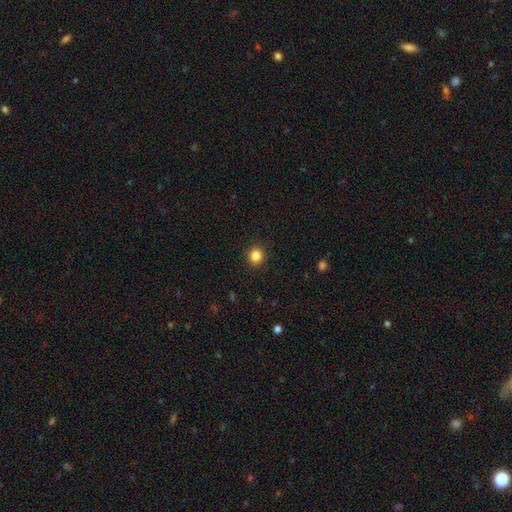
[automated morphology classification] Smooth or featured? Predicted: smooth (p=0.85). How rounded? Predicted: round (p=0.87). Merging? Predicted: none (p=0.92).